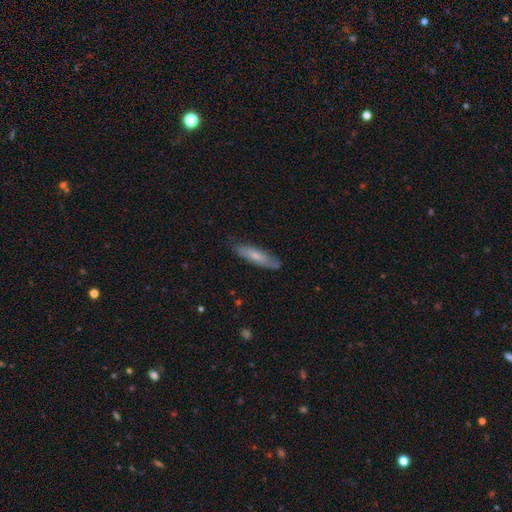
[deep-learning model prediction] Morphology: type=smooth (61%); roundness=cigar-shaped (72%); merging=none (77%).